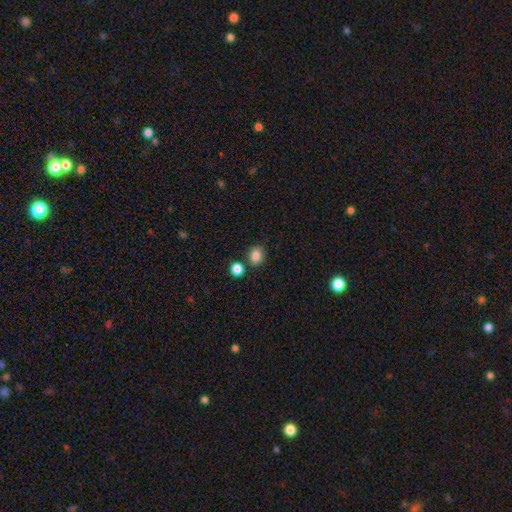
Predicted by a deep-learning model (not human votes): smooth 85%, star or artifact 10%, featured or disk 4%. Down the decision tree: how rounded — round (54%); merging — none (76%).